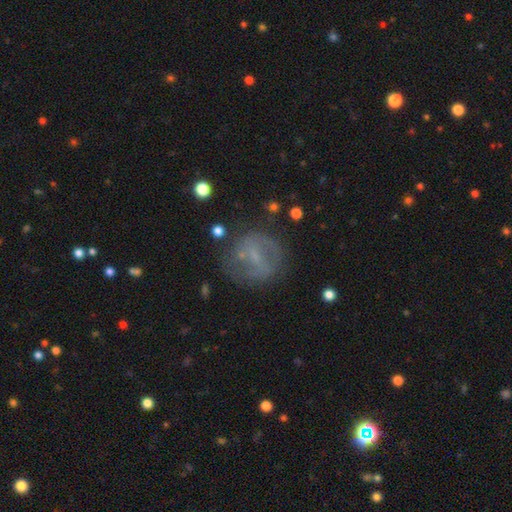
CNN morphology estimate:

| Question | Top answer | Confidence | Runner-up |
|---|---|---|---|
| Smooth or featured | featured or disk | 57% | smooth (30%) |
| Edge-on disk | no | 96% | yes (4%) |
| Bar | weak | 45% | no (30%) |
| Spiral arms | yes | 64% | no (36%) |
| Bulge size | small | 55% | none (32%) |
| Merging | none | 70% | minor disturbance (17%) |